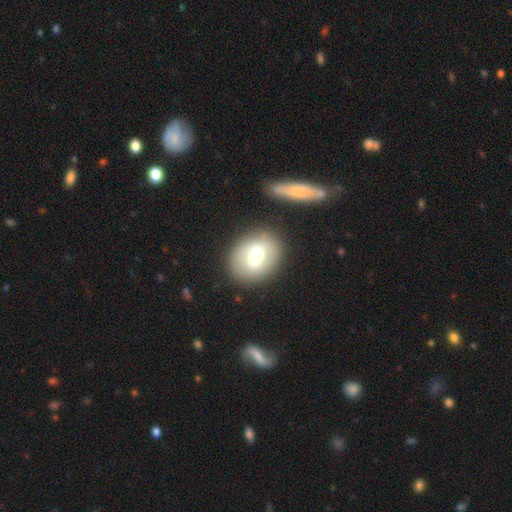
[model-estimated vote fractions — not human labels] Smooth or featured?
  - smooth: 59% *
  - featured or disk: 34%
  - star or artifact: 8%
How rounded?
  - in between: 53% *
  - round: 46%
  - cigar-shaped: 1%
Merging?
  - none: 79% *
  - minor disturbance: 12%
  - merger: 5%
  - major disturbance: 5%